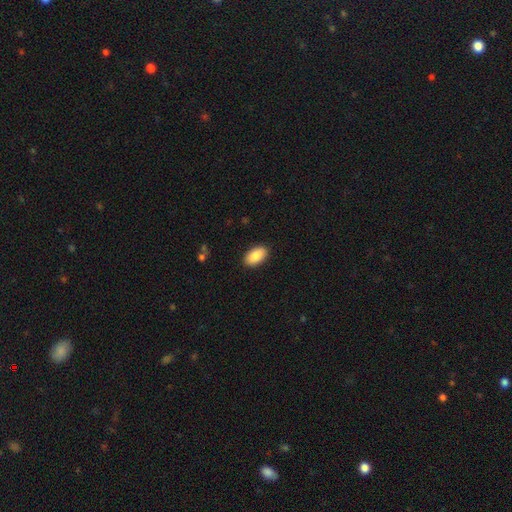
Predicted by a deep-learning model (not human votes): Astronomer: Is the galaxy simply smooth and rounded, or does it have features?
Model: smooth — 87%.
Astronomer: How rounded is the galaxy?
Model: in between — 94%.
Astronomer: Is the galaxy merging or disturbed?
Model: none — 90%.